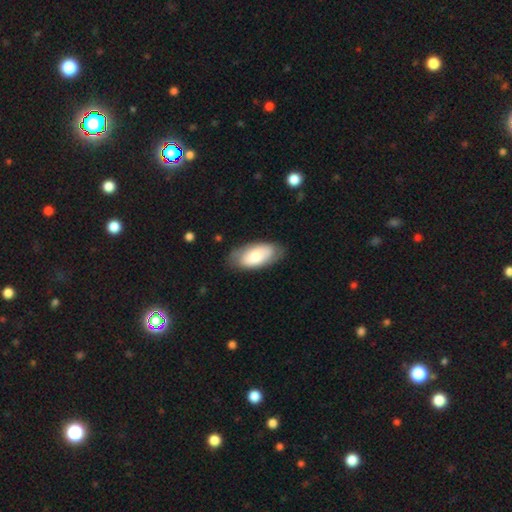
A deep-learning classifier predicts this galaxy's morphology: smooth 65%, featured or disk 29%, star or artifact 6%. Down the decision tree: how rounded — in between (93%); merging — none (77%).